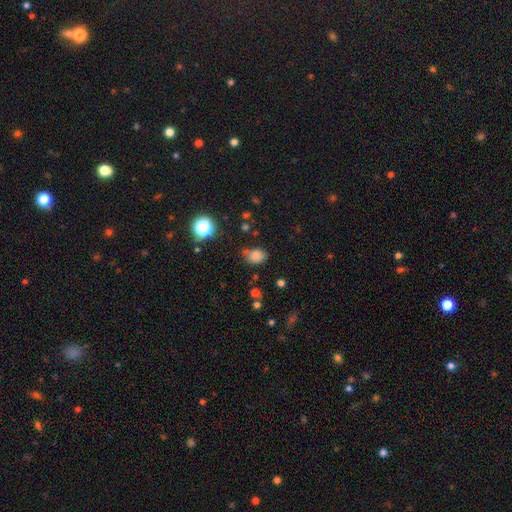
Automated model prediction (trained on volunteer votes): Smooth or featured? smooth (79%)
How rounded? in between (61%)
Merging? none (59%)